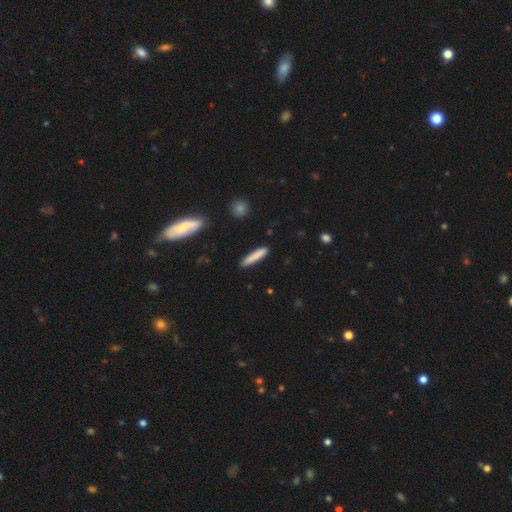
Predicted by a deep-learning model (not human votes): A smooth galaxy with no disk features (81%) that is cigar-shaped (91%). Merging: none (88%).